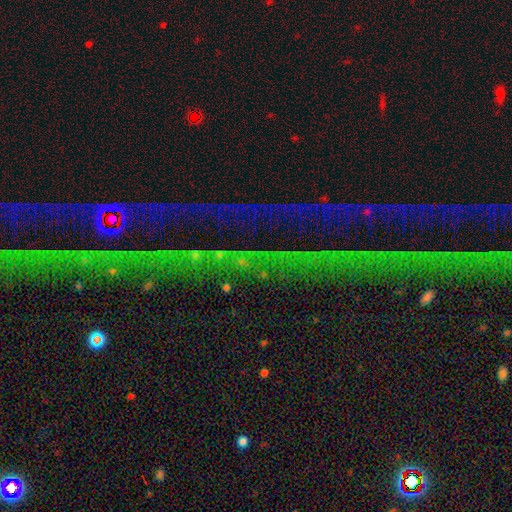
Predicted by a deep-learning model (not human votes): star or artifact 85%, featured or disk 9%, smooth 6%.